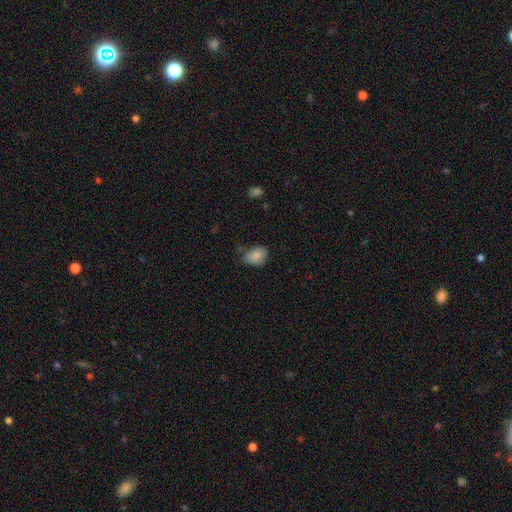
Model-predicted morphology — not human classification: Smooth or featured? Predicted: smooth (p=0.83). How rounded? Predicted: in between (p=0.73). Merging? Predicted: none (p=0.55).